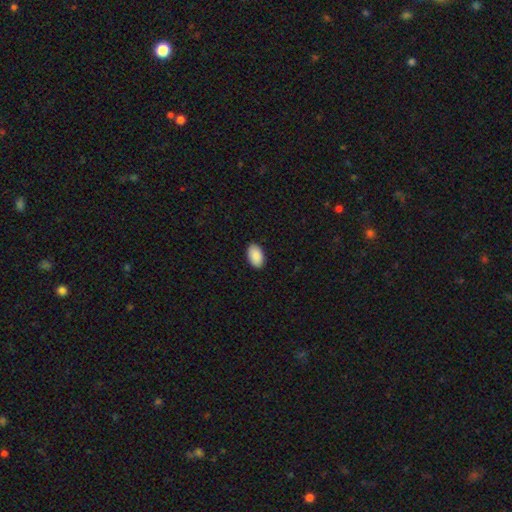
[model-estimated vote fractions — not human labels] The model was most divided on "merging": none: 90%, minor disturbance: 7%, major disturbance: 2%, merger: 1%. More confident: how rounded — in between (95%); smooth or featured — smooth (91%).